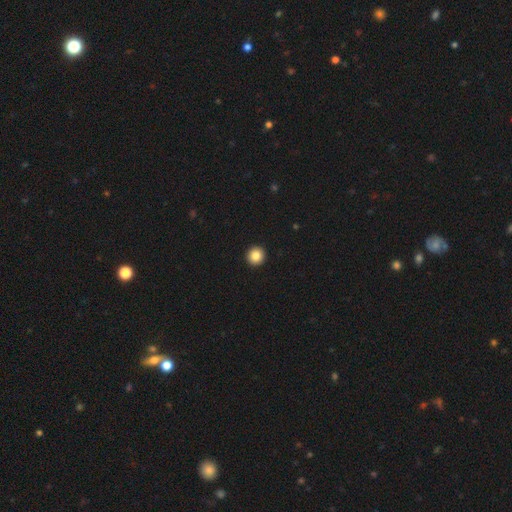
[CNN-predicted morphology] Smooth or featured: smooth — 85% (star or artifact — 10%)
How rounded: round — 95% (in between — 4%)
Merging: none — 94% (minor disturbance — 3%)